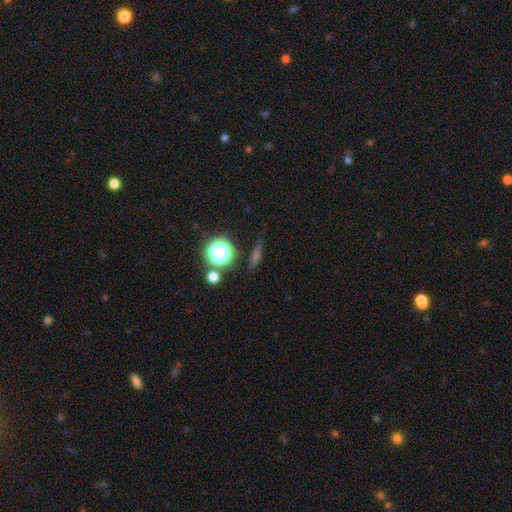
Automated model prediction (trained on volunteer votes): A star or artifact, not a galaxy (40%).

Vote fractions:
- Smooth or featured? star or artifact: 40% / smooth: 35% / featured or disk: 25%